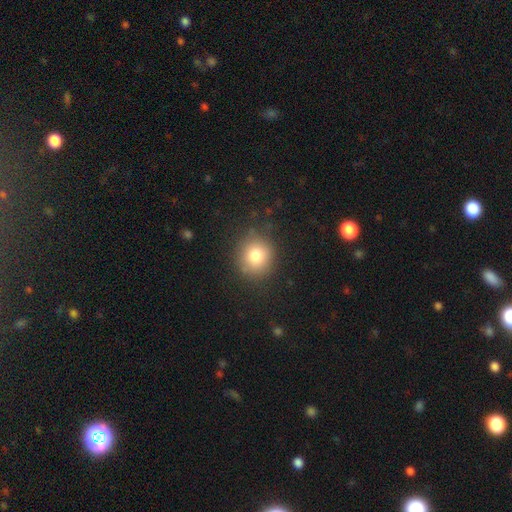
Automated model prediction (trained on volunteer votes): This is clearly a smooth galaxy (80%). How rounded: clearly round (85%). Merging: clearly none (84%).